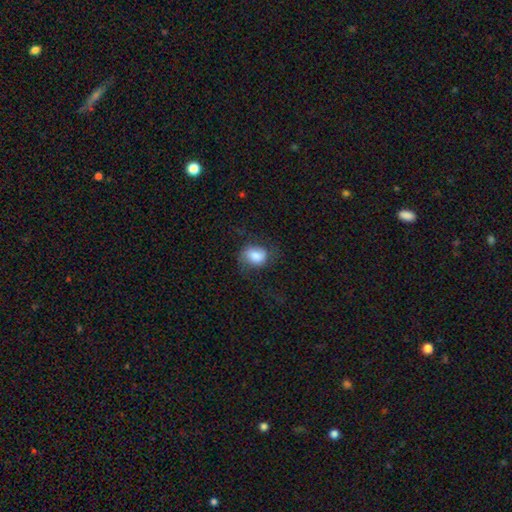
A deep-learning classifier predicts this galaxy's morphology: The model was most divided on "how rounded": in between: 53%, round: 46%, cigar-shaped: 1%. More confident: smooth or featured — smooth (71%); merging — none (54%).